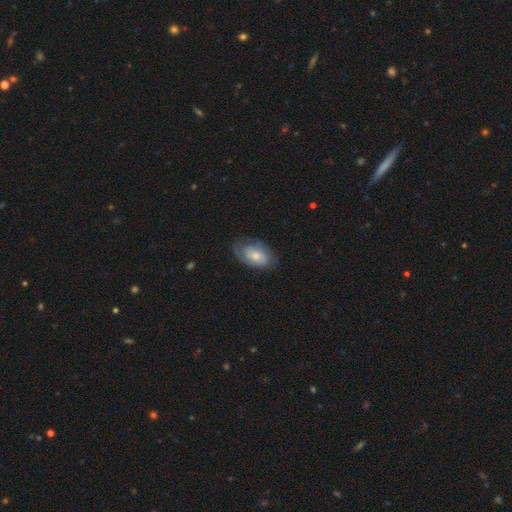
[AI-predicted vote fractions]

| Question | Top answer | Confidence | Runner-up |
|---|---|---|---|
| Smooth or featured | smooth | 51% | featured or disk (42%) |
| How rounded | in between | 90% | round (9%) |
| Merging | none | 62% | minor disturbance (25%) |